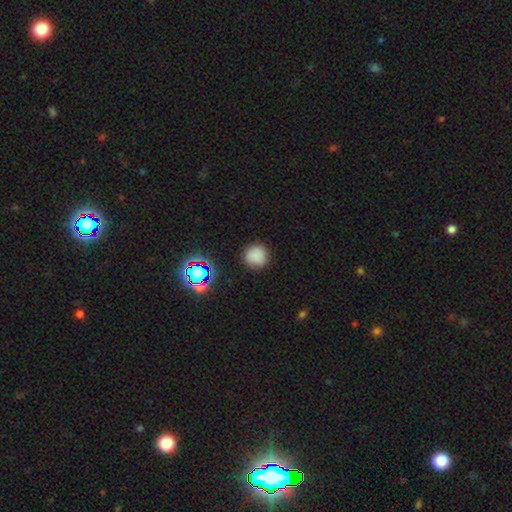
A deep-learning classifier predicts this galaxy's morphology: A smooth galaxy with no disk features (81%) that is round (94%). Merging: none (88%).